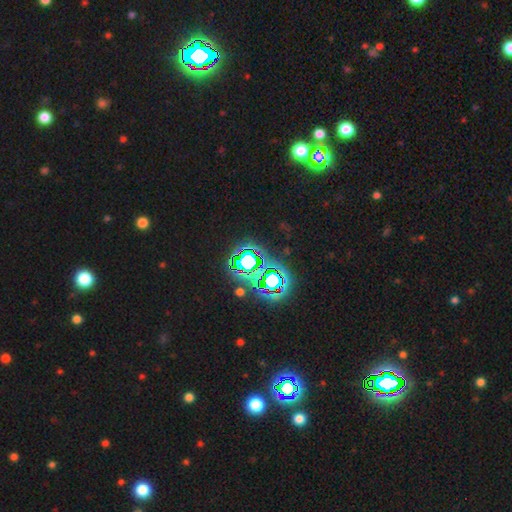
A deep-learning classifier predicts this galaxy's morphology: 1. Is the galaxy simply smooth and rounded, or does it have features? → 80% star or artifact, 12% smooth, 8% featured or disk.